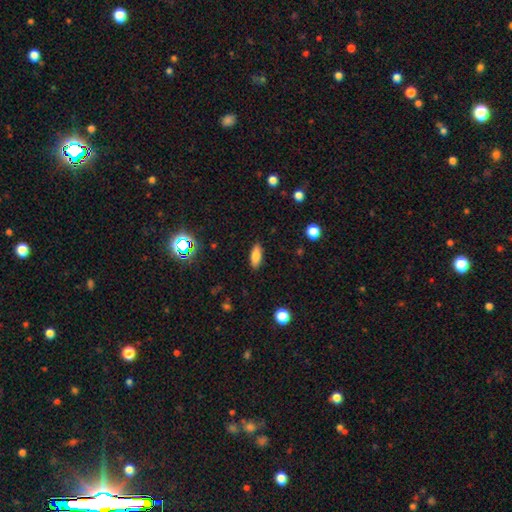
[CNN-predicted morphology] The model was most divided on "how rounded": in between: 75%, cigar-shaped: 22%, round: 3%. More confident: merging — none (88%); smooth or featured — smooth (81%).